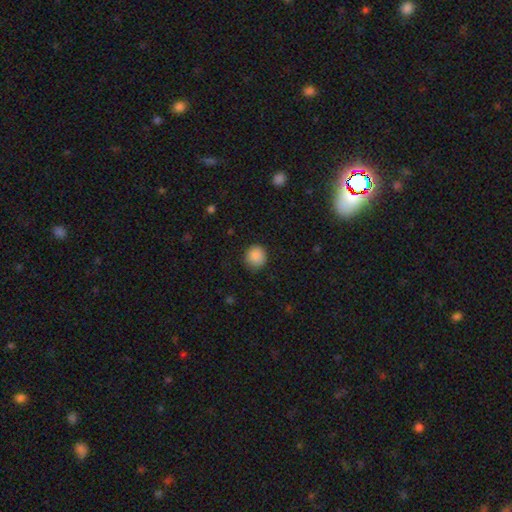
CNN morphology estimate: type=smooth (87%); roundness=round (89%); merging=none (84%).